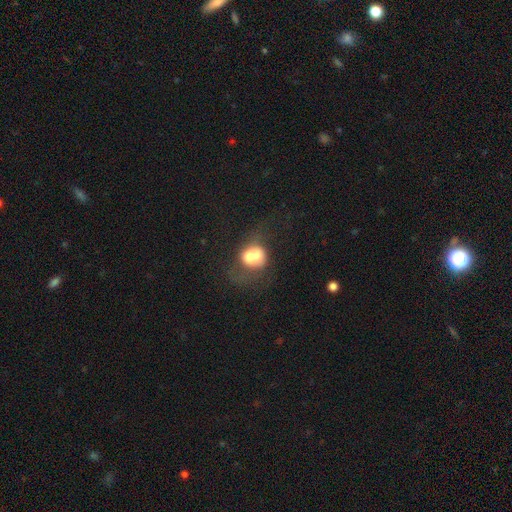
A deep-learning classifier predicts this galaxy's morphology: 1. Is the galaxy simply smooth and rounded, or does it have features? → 58% smooth, 32% featured or disk, 10% star or artifact.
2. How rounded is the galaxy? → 65% round, 34% in between, 1% cigar-shaped.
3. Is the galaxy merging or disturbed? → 66% merger, 19% none, 8% minor disturbance, 7% major disturbance.